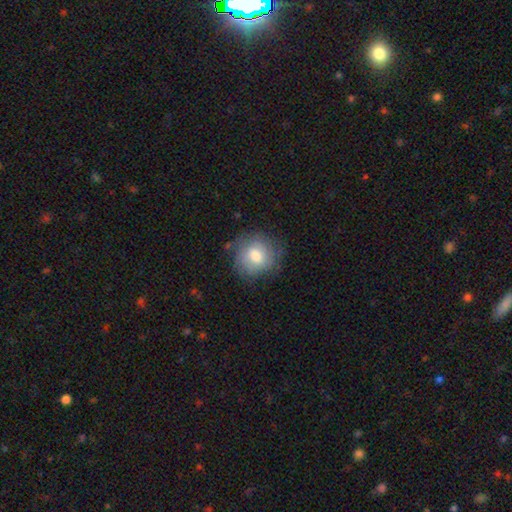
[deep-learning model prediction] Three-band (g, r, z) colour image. It shows a smooth galaxy with no disk features (67%) that is round (84%). Merging: none (73%).